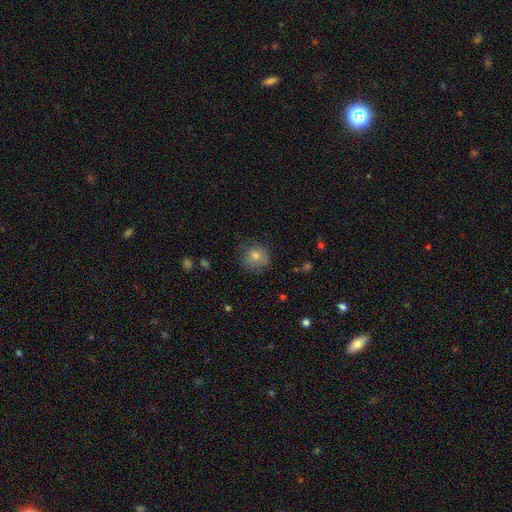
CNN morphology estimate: Overall: smooth (75%). How rounded: round (87%). Merging: none (73%).